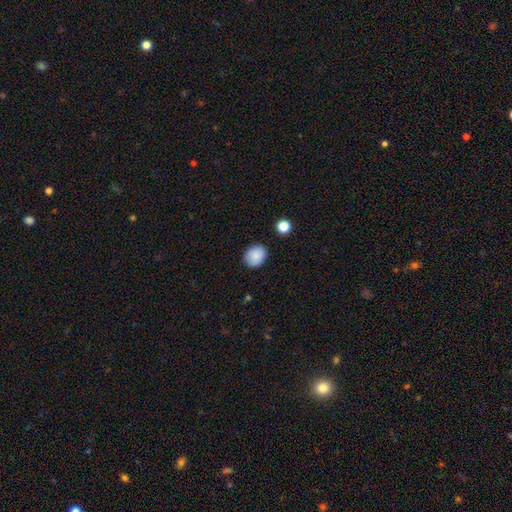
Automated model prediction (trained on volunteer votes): Overall: smooth (88%). How rounded: in between (50%; round 49%). Merging: none (87%).